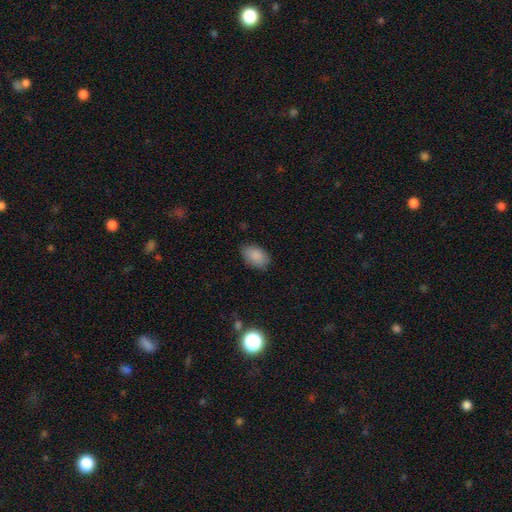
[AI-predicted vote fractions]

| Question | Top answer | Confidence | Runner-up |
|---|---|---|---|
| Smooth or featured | smooth | 87% | star or artifact (7%) |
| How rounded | in between | 89% | round (9%) |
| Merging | none | 78% | minor disturbance (17%) |